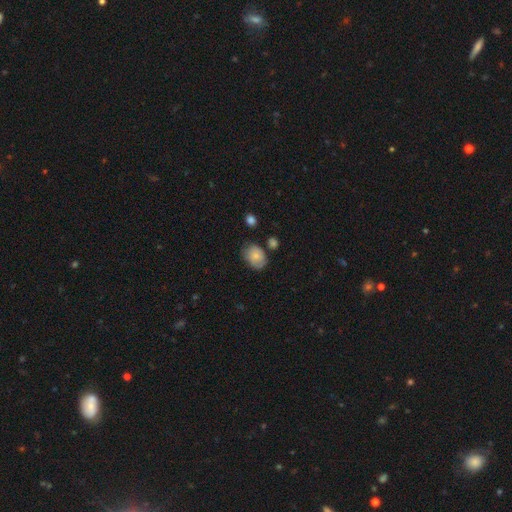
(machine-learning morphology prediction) The model was most divided on "how rounded": in between: 65%, round: 34%, cigar-shaped: 1%. More confident: smooth or featured — smooth (79%); merging — none (60%).